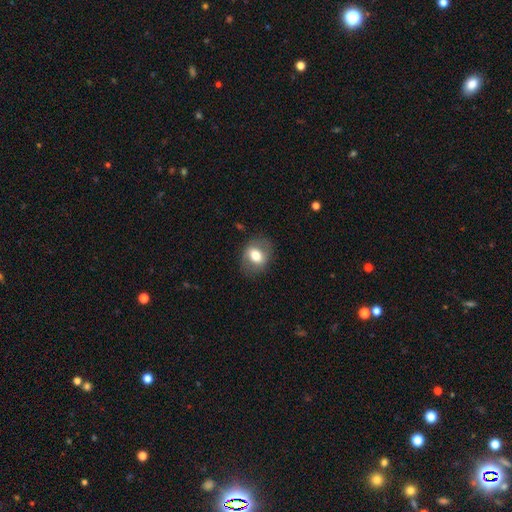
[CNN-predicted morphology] smooth-or-featured: smooth: 63% | featured or disk: 30% | star or artifact: 8%
  how-rounded: in between: 58% | round: 40% | cigar-shaped: 1%
  merging: none: 80% | minor disturbance: 13% | major disturbance: 6% | merger: 1%